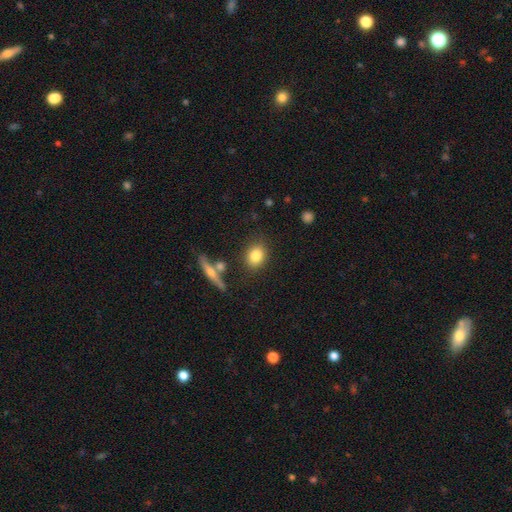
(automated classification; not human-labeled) smooth_or_featured: smooth (p=0.80) [alt: featured or disk p=0.11]
how_rounded: round (p=0.56) [alt: in between p=0.41]
merging: none (p=0.81) [alt: minor disturbance p=0.10]